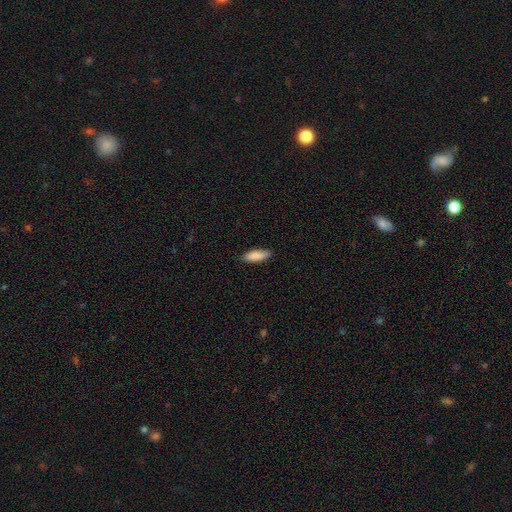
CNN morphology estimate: smooth-or-featured: smooth: 89% | star or artifact: 6% | featured or disk: 6%
  how-rounded: in between: 60% | cigar-shaped: 38% | round: 2%
  merging: none: 86% | minor disturbance: 11% | major disturbance: 2% | merger: 1%